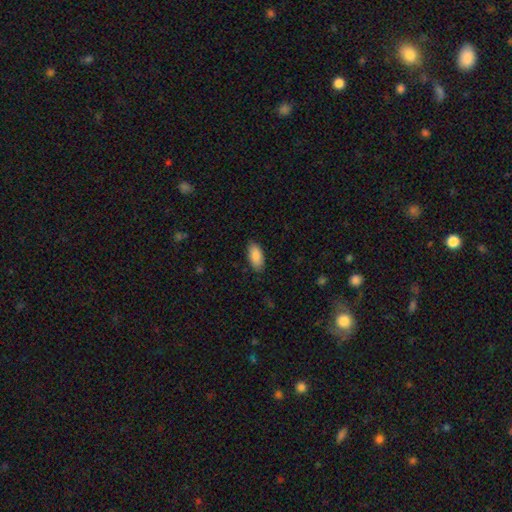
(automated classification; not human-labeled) A smooth galaxy with no disk features (88%) that is in between round and cigar-shaped (92%). Merging: none (87%).